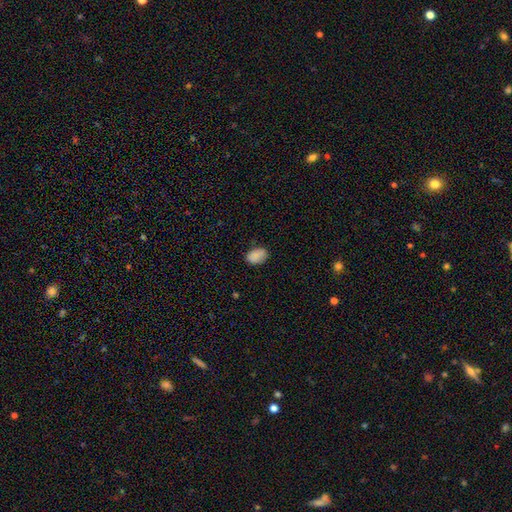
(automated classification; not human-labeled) This is clearly a smooth galaxy (86%). How rounded: clearly in between (84%). Merging: likely none (72%).